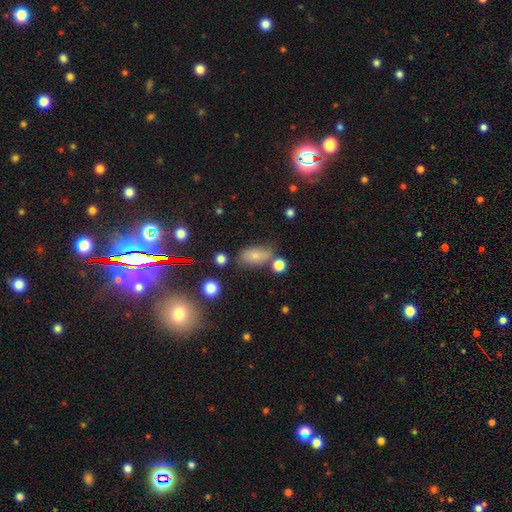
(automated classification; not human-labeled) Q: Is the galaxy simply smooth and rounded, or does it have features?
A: smooth — 74%.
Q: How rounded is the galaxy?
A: in between — 87%.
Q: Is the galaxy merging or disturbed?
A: none — 64%.